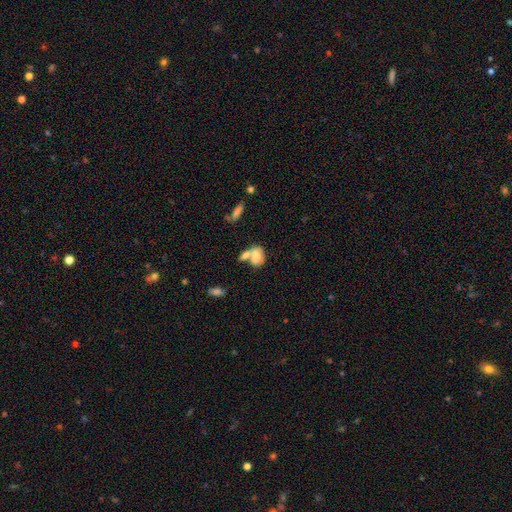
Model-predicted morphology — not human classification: The model was most divided on "merging": merger: 49%, none: 33%, minor disturbance: 12%, major disturbance: 6%. More confident: smooth or featured — smooth (71%); how rounded — in between (63%).